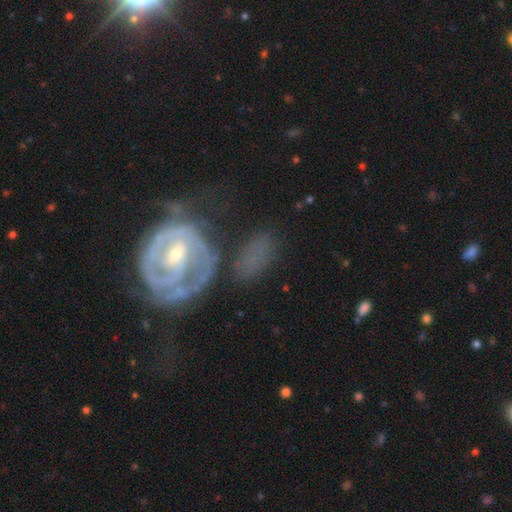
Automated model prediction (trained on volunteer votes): Smooth or featured?
  - featured or disk: 71% *
  - smooth: 19%
  - star or artifact: 10%
Edge-on disk?
  - no: 95% *
  - yes: 5%
Bar?
  - weak: 40% *
  - no: 34%
  - strong: 26%
Spiral arms?
  - yes: 79% *
  - no: 21%
Spiral winding?
  - tight: 67% *
  - medium: 24%
  - loose: 8%
Spiral arm count?
  - can't tell: 37% *
  - 2: 32%
  - 3: 13%
  - 1: 8%
  - 4: 5%
  - more than 4: 4%
Bulge size?
  - small: 55% *
  - moderate: 39%
  - large: 3%
  - none: 2%
  - dominant: 1%
Merging?
  - none: 43% *
  - minor disturbance: 22%
  - major disturbance: 21%
  - merger: 13%